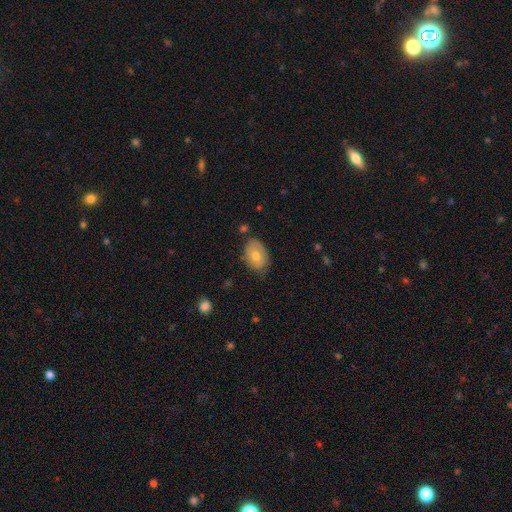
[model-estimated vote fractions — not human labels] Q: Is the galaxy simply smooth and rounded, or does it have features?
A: smooth — 64%.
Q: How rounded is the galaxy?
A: in between — 84%.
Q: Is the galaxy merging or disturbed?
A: none — 72%.